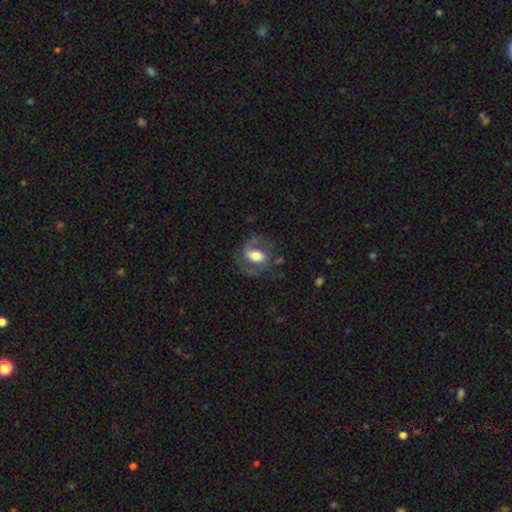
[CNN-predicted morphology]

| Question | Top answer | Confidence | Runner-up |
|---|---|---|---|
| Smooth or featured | featured or disk | 74% | smooth (19%) |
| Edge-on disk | no | 96% | yes (4%) |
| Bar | weak | 40% | no (31%) |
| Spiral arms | yes | 89% | no (11%) |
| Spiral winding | medium | 55% | loose (24%) |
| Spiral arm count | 2 | 85% | 1 (7%) |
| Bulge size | moderate | 55% | large (30%) |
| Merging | none | 66% | minor disturbance (17%) |